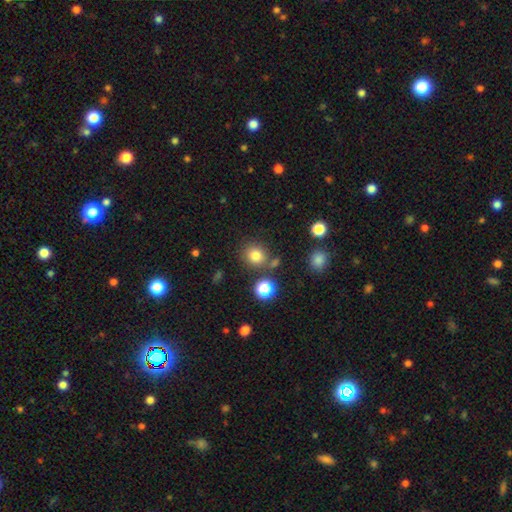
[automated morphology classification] type=smooth (79%); roundness=round (84%); merging=none (76%).